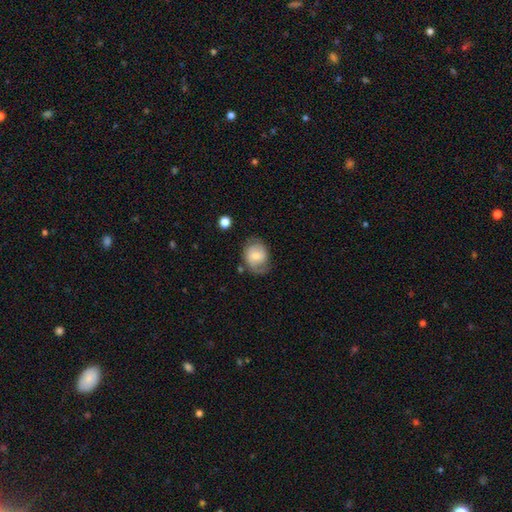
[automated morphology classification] This appears to be a smooth galaxy with no disk features (47%). Merging: none (59%).